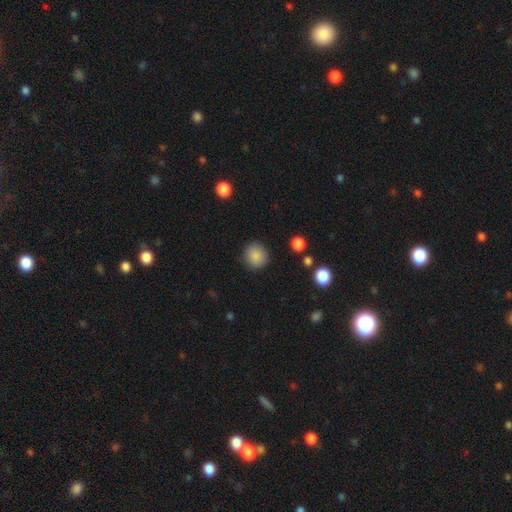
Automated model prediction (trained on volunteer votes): Q: Smooth or featured?
A: smooth (87%); runner-up: star or artifact (9%)
Q: How rounded?
A: round (90%); runner-up: in between (9%)
Q: Merging?
A: none (89%); runner-up: minor disturbance (7%)